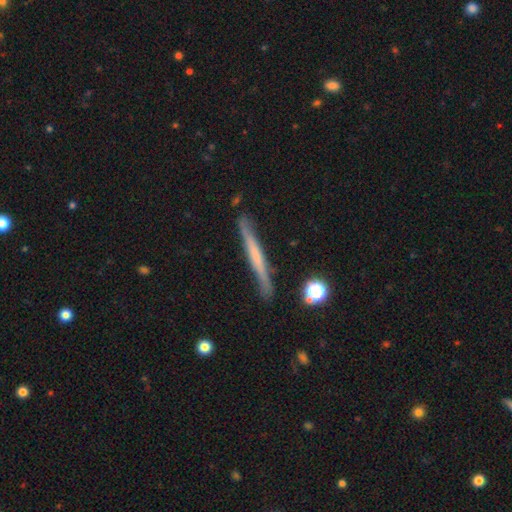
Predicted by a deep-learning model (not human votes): A featured or disk galaxy (50%) viewed edge-on (96%).

Vote fractions:
- Smooth or featured? featured or disk: 50% / smooth: 43% / star or artifact: 7%
- Edge-on disk? yes: 96% / no: 4%
- Merging? none: 86% / minor disturbance: 11% / major disturbance: 2% / merger: 2%